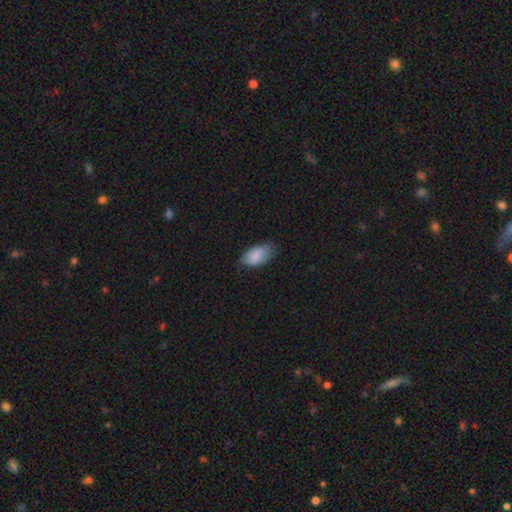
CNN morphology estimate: Smooth or featured?
  - smooth: 84% *
  - featured or disk: 10%
  - star or artifact: 7%
How rounded?
  - in between: 93% *
  - cigar-shaped: 4%
  - round: 4%
Merging?
  - none: 62% *
  - minor disturbance: 31%
  - major disturbance: 6%
  - merger: 1%